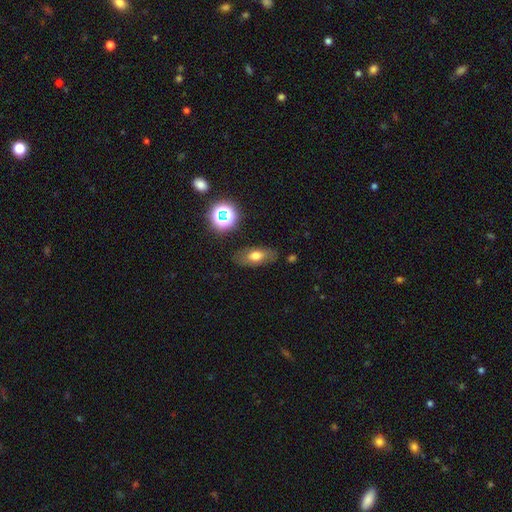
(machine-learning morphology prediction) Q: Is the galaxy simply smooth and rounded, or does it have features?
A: smooth — 66%.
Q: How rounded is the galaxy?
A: in between — 81%.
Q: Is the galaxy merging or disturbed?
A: none — 80%.